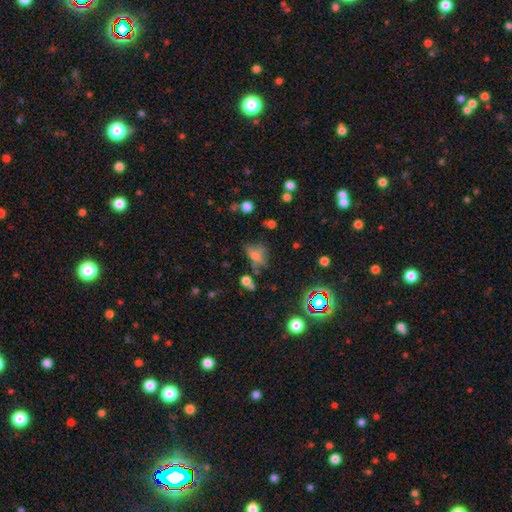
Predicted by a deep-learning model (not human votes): A smooth galaxy with no disk features (64%) that is in between round and cigar-shaped (67%). Merging: none (50%).